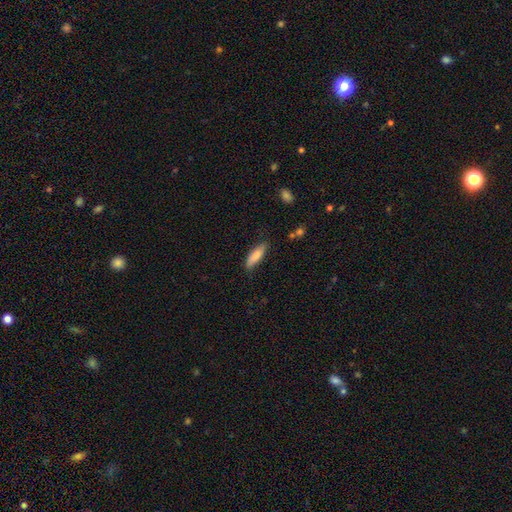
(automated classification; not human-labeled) smooth 81%, featured or disk 13%, star or artifact 6%. Down the decision tree: how rounded — cigar-shaped (50%); merging — none (79%).